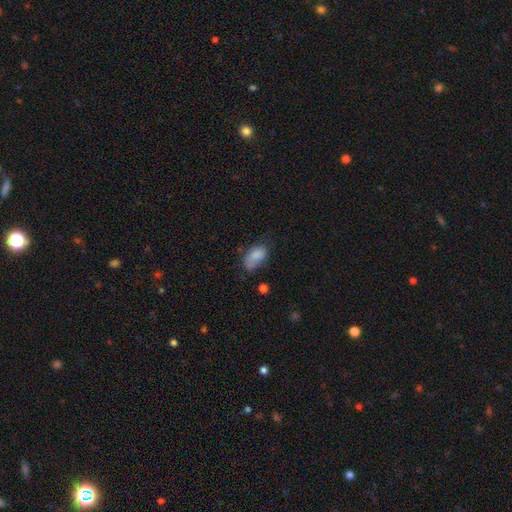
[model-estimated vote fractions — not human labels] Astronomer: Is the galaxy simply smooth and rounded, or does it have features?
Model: smooth — 80%.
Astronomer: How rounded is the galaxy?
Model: in between — 91%.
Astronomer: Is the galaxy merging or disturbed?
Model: none — 42% (runner-up: minor disturbance, 34%).